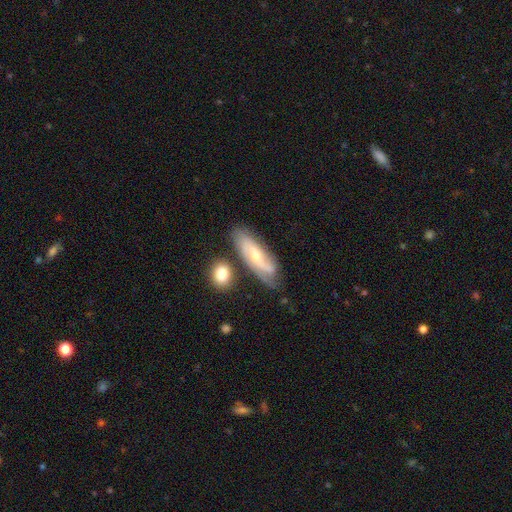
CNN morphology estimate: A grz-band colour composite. It shows a featured or disk galaxy (73%) with a weak bar (43%), 2 (76%) medium (43%) spiral arms (93%) and a moderate central bulge (49%). Merging: none (66%).